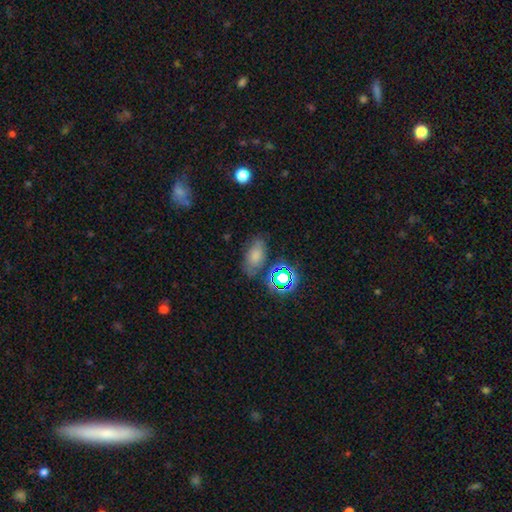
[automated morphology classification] smooth 66%, star or artifact 20%, featured or disk 14%. Down the decision tree: how rounded — in between (87%); merging — none (71%).